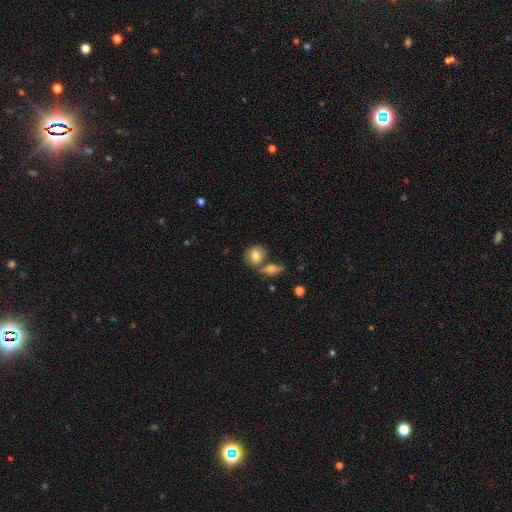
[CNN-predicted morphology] Overall: smooth (78%). How rounded: round (63%; in between 35%). Merging: none (55%; merger 30%).